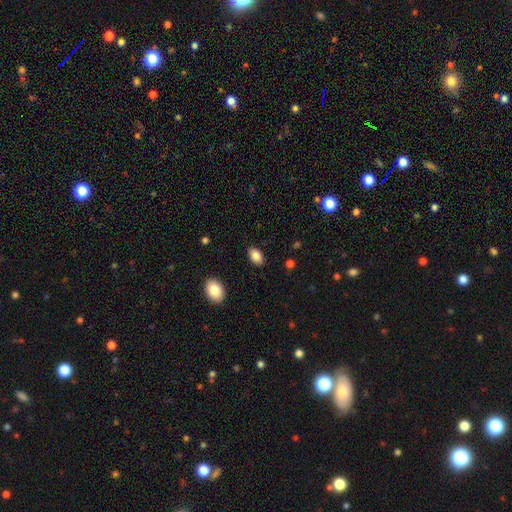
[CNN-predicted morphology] Smooth or featured? smooth (86%)
How rounded? in between (91%)
Merging? none (87%)